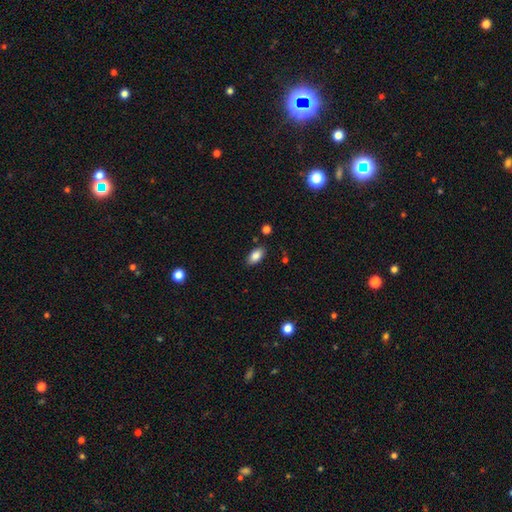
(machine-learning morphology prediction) A smooth galaxy with no disk features (85%) that is in between round and cigar-shaped (92%).

Vote fractions:
- Smooth or featured? smooth: 85% / star or artifact: 8% / featured or disk: 7%
- How rounded? in between: 92% / round: 4% / cigar-shaped: 4%
- Merging? none: 85% / minor disturbance: 11% / major disturbance: 2% / merger: 2%